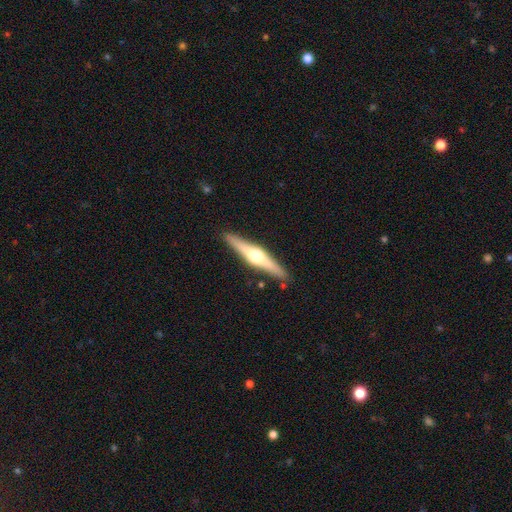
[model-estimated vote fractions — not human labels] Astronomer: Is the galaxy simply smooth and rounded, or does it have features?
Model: featured or disk — 68%.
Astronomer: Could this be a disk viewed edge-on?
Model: yes — 97%.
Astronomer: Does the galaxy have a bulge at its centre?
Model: rounded — 92%.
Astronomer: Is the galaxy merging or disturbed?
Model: none — 89%.